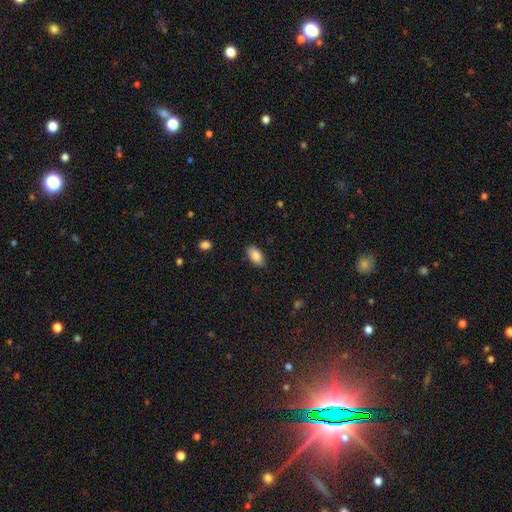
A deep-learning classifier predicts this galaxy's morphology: type=smooth (86%); roundness=in between (94%); merging=none (86%).